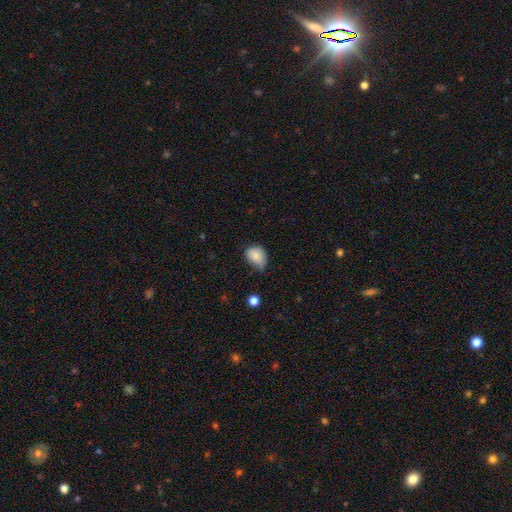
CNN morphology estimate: smooth 83%, star or artifact 9%, featured or disk 8%. Down the decision tree: how rounded — in between (60%); merging — minor disturbance (48%).